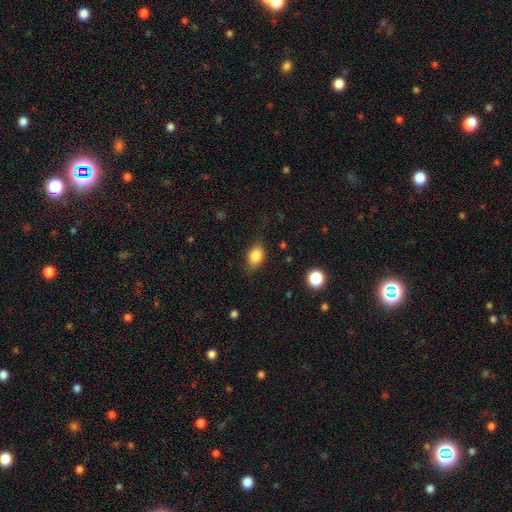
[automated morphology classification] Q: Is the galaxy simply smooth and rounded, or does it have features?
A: smooth — 83%.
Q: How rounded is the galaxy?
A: in between — 79%.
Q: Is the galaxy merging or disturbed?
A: none — 76%.